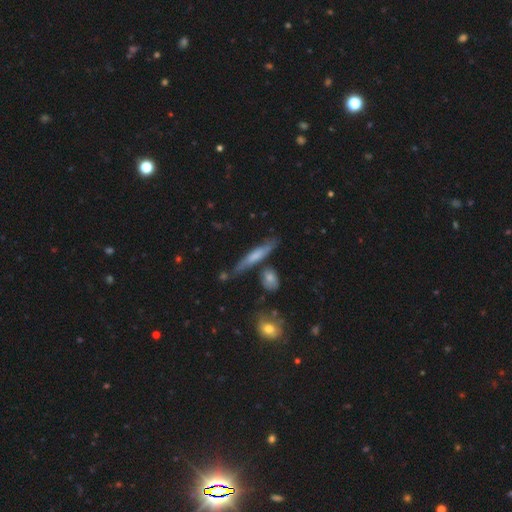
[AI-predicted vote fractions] A smooth galaxy with no disk features (52%) that is cigar-shaped (87%). Merging: none (72%).